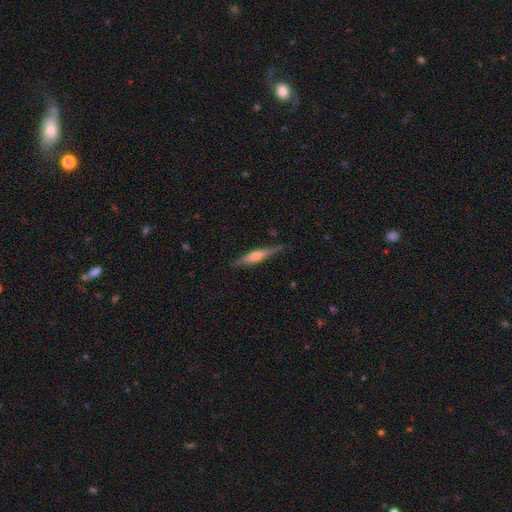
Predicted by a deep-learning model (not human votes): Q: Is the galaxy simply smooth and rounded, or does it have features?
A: featured or disk — 59%.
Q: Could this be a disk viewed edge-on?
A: yes — 95%.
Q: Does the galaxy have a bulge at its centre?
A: rounded — 67%.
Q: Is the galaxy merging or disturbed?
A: none — 83%.